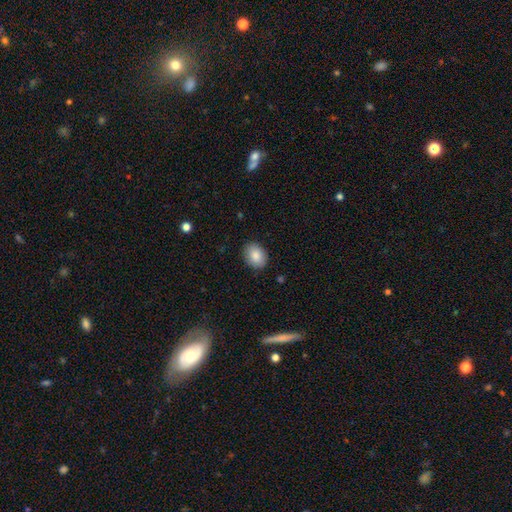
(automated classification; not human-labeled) A smooth galaxy with no disk features (87%) that is in between round and cigar-shaped (69%).

Vote fractions:
- Smooth or featured? smooth: 87% / star or artifact: 7% / featured or disk: 6%
- How rounded? in between: 69% / round: 30% / cigar-shaped: 1%
- Merging? none: 87% / minor disturbance: 9% / major disturbance: 2% / merger: 1%